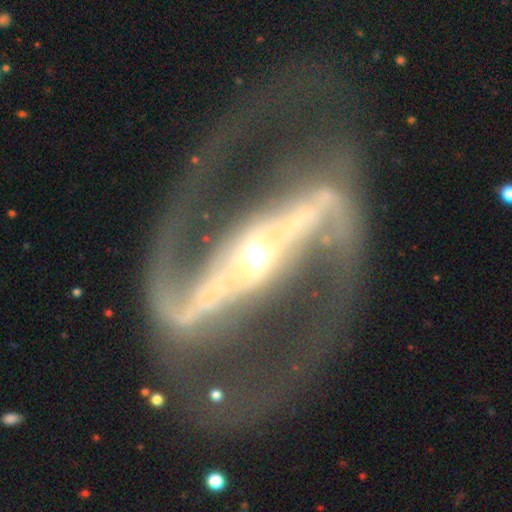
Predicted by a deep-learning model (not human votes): smooth-or-featured: featured or disk: 93% | star or artifact: 4% | smooth: 2%
  disk-edge-on: no: 95% | yes: 5%
    bar: strong: 83% | weak: 10% | no: 7%
    has-spiral-arms: yes: 98% | no: 2%
      spiral-winding: medium: 58% | loose: 23% | tight: 19%
      spiral-arm-count: 2: 95% | can't tell: 1% | 1: 1% | 3: 1% | 4: 1% | more than 4: 1%
    bulge-size: small: 69% | moderate: 25% | large: 3% | dominant: 1% | none: 1%
  merging: none: 79% | minor disturbance: 11% | major disturbance: 8% | merger: 2%